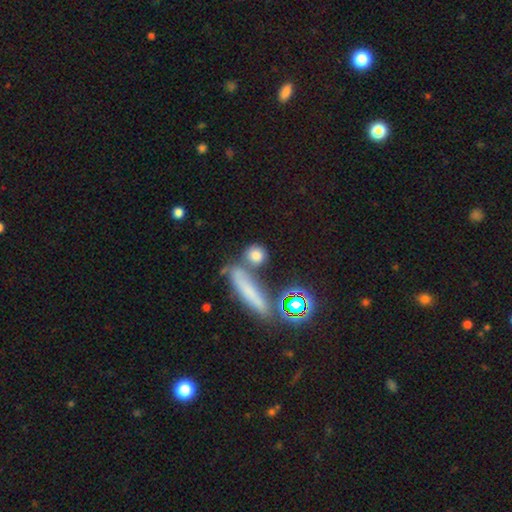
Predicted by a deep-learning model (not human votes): Morphology: type=smooth (75%); roundness=round (68%); merging=none (60%).